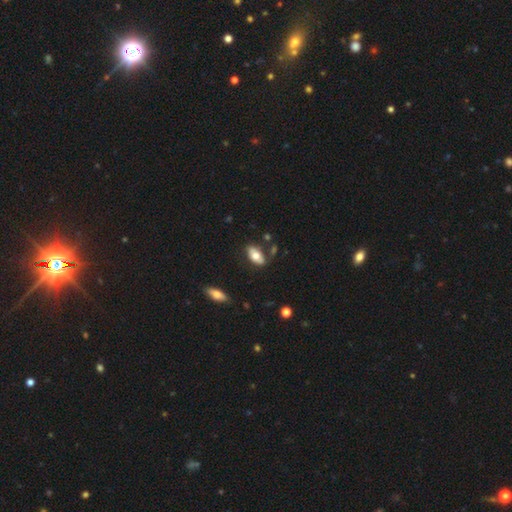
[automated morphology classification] Smooth or featured? smooth (68%)
How rounded? in between (90%)
Merging? none (71%)